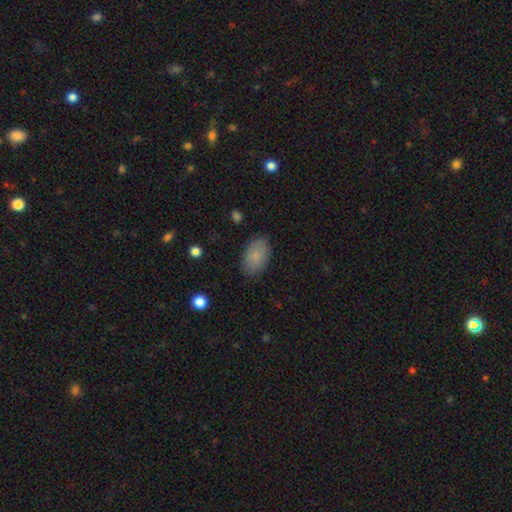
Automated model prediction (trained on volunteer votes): Smooth or featured?
  - smooth: 85% *
  - featured or disk: 8%
  - star or artifact: 7%
How rounded?
  - in between: 92% *
  - round: 6%
  - cigar-shaped: 1%
Merging?
  - none: 86% *
  - minor disturbance: 11%
  - major disturbance: 3%
  - merger: 1%